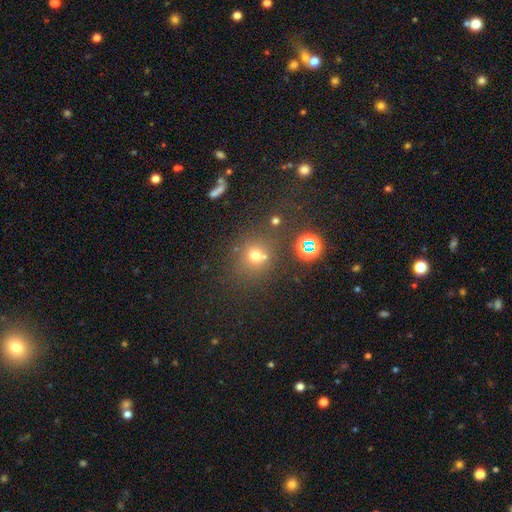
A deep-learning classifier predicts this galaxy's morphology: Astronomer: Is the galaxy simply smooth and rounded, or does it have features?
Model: smooth — 65%.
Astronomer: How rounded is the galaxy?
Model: round — 85%.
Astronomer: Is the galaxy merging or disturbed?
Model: none — 68%.